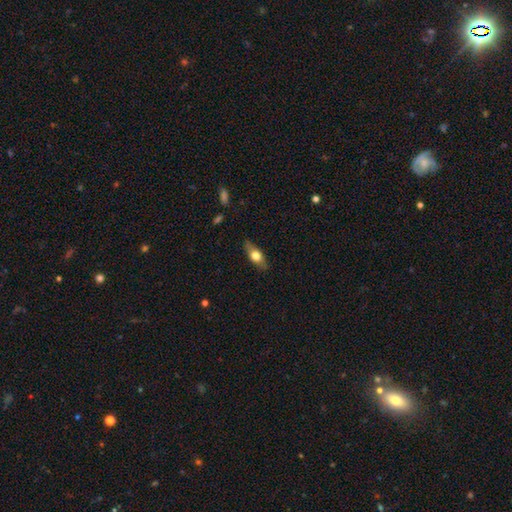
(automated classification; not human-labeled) Smooth or featured? smooth (59%)
How rounded? in between (67%)
Merging? none (84%)